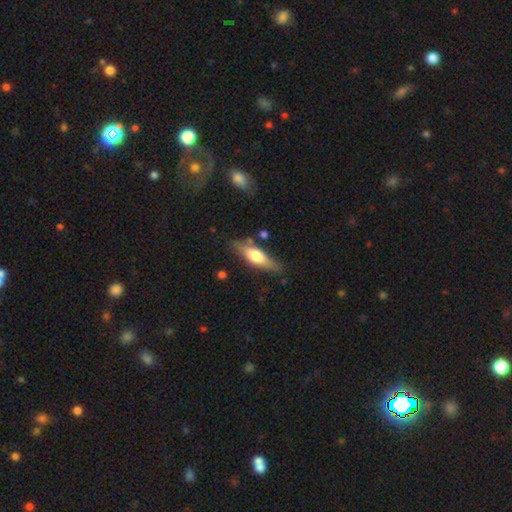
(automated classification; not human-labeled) A smooth galaxy with no disk features (54%) that is cigar-shaped (54%).

Vote fractions:
- Smooth or featured? smooth: 54% / featured or disk: 40% / star or artifact: 6%
- How rounded? cigar-shaped: 54% / in between: 43% / round: 2%
- Merging? none: 77% / minor disturbance: 16% / merger: 4% / major disturbance: 4%